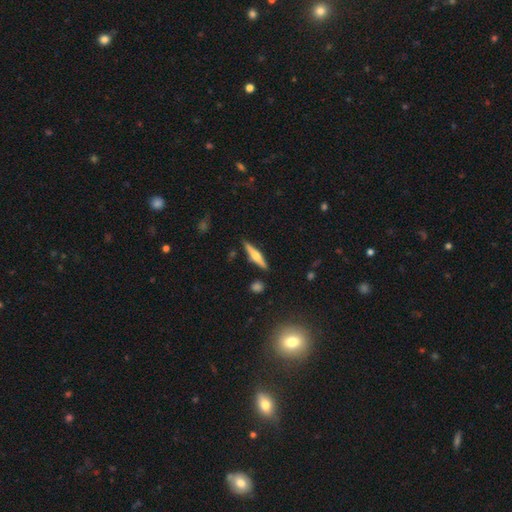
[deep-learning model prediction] Q: Smooth or featured?
A: featured or disk (59%); runner-up: smooth (35%)
Q: Edge-on disk?
A: yes (97%); runner-up: no (3%)
Q: Edge-on bulge?
A: rounded (83%); runner-up: boxy (11%)
Q: Merging?
A: none (86%); runner-up: minor disturbance (9%)